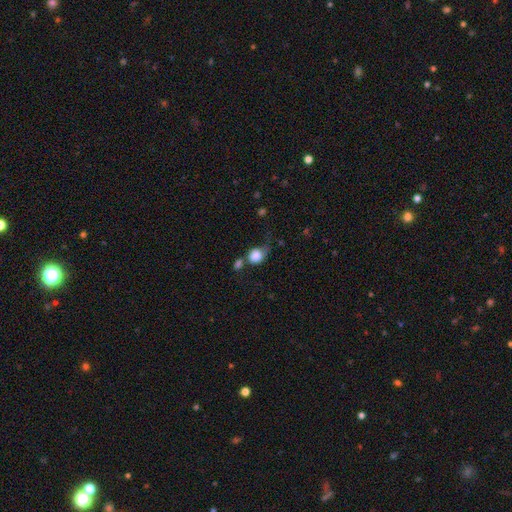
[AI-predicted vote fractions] Smooth or featured? smooth (79%)
How rounded? round (68%)
Merging? none (29%)